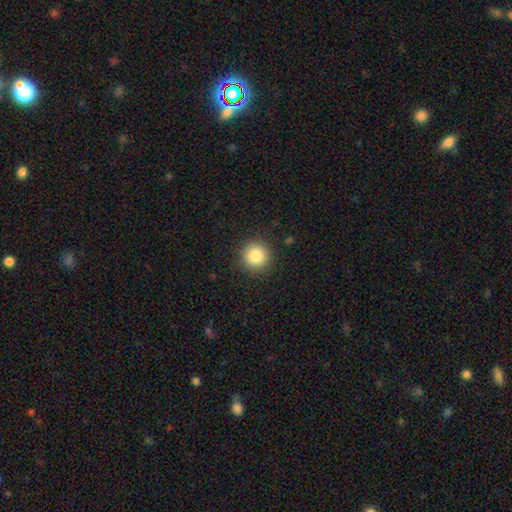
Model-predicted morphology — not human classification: Smooth or featured? Predicted: smooth (p=0.84). How rounded? Predicted: round (p=0.95). Merging? Predicted: none (p=0.91).